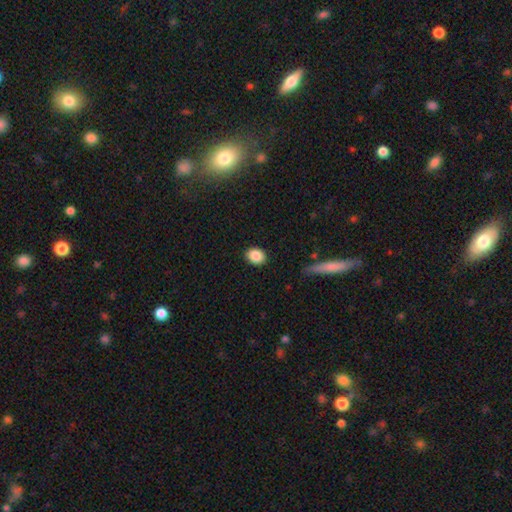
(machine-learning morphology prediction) Q: Smooth or featured?
A: smooth (88%); runner-up: star or artifact (8%)
Q: How rounded?
A: in between (51%); runner-up: round (47%)
Q: Merging?
A: none (89%); runner-up: minor disturbance (8%)